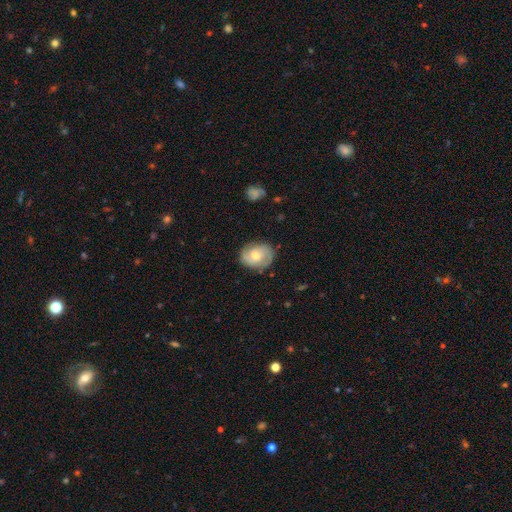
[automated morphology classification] Overall: featured or disk (72%). Edge-on disk: no (98%). Bar: no (60%; weak 35%). Spiral arms: yes (93%). Spiral arm count: 2 (75%). Spiral winding: medium (44%; tight 43%). Bulge size: moderate (52%; small 42%). Merging: none (80%).